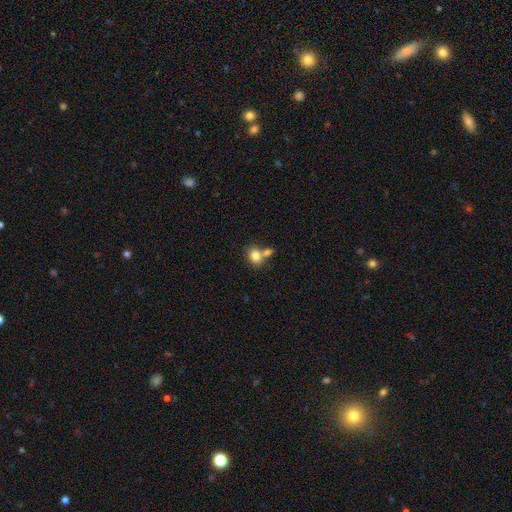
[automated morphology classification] This appears to be a smooth galaxy with no disk features (81%) that is in between round and cigar-shaped (62%). Merging: none (44%).